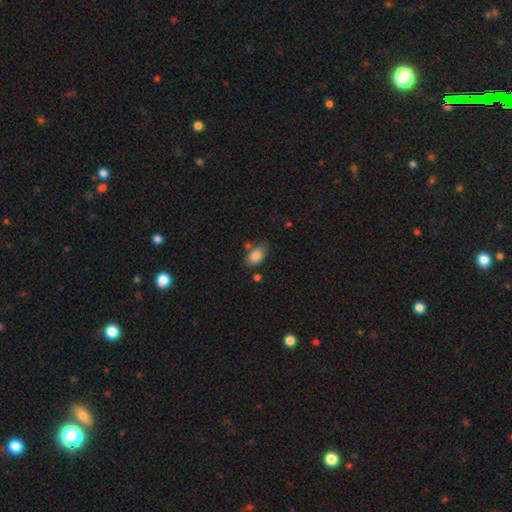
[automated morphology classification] smooth 85%, star or artifact 8%, featured or disk 6%. Down the decision tree: how rounded — in between (87%); merging — none (71%).